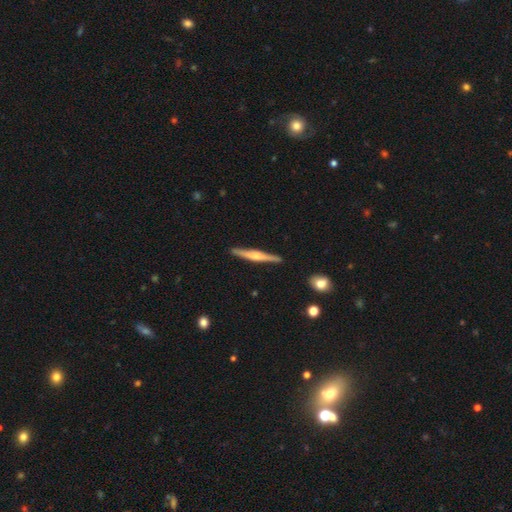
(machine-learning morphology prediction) The model was most divided on "smooth or featured": featured or disk: 67%, smooth: 28%, star or artifact: 5%. More confident: edge-on disk — yes (98%); merging — none (90%); edge-on bulge — rounded (77%).